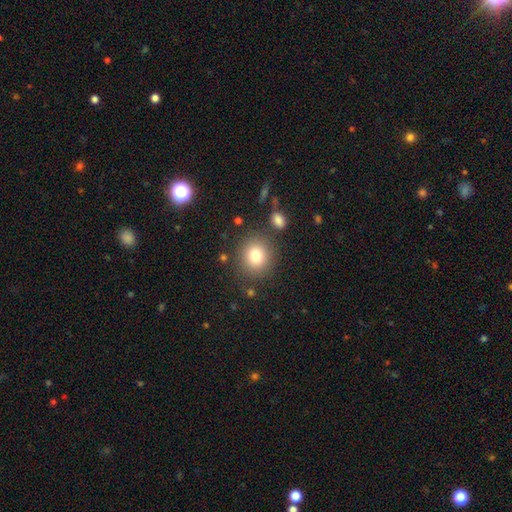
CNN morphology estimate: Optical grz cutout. It shows a smooth galaxy with no disk features (80%) that is round (84%). Merging: none (82%).